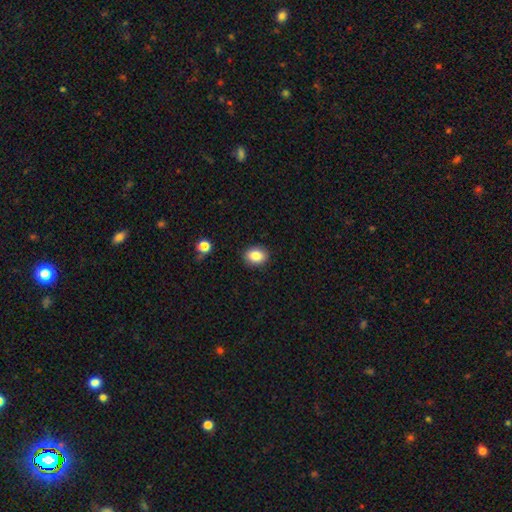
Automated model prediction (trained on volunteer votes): The model was most divided on "how rounded": in between: 58%, round: 41%, cigar-shaped: 1%. More confident: merging — none (89%); smooth or featured — smooth (85%).